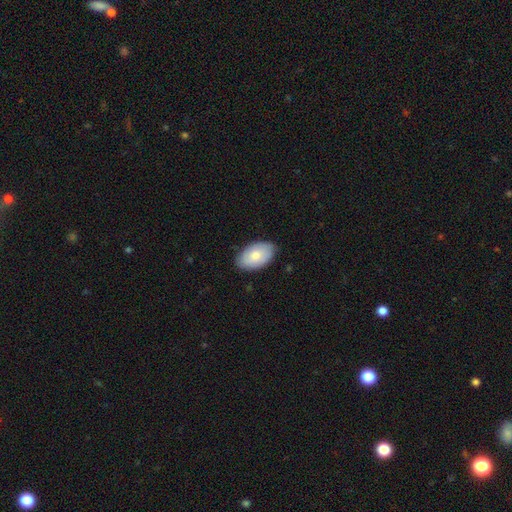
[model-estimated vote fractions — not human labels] Smooth or featured?
  - smooth: 75% *
  - featured or disk: 19%
  - star or artifact: 5%
How rounded?
  - in between: 94% *
  - round: 5%
  - cigar-shaped: 1%
Merging?
  - none: 81% *
  - minor disturbance: 15%
  - major disturbance: 2%
  - merger: 1%